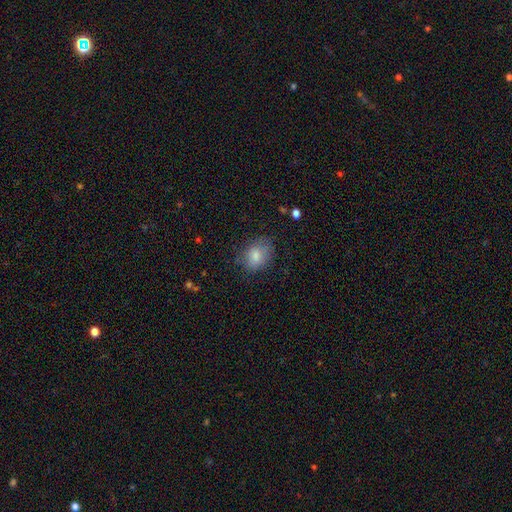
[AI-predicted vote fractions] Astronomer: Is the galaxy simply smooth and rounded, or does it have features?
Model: smooth — 81%.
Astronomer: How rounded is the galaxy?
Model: in between — 62%.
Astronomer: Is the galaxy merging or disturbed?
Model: none — 68%.